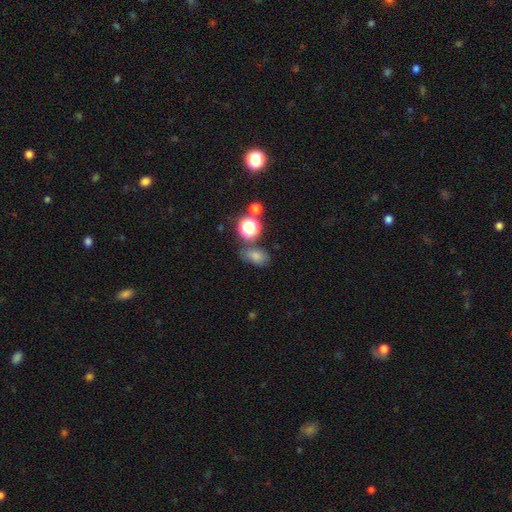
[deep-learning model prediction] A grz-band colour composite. It shows a smooth galaxy with no disk features (50%). Merging: none (69%).